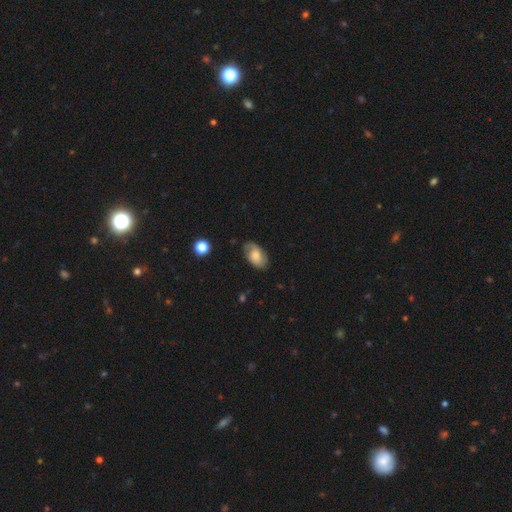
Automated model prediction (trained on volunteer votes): smooth_or_featured: smooth (p=0.54) [alt: featured or disk p=0.38]
how_rounded: in between (p=0.91) [alt: round p=0.08]
merging: none (p=0.70) [alt: minor disturbance p=0.22]